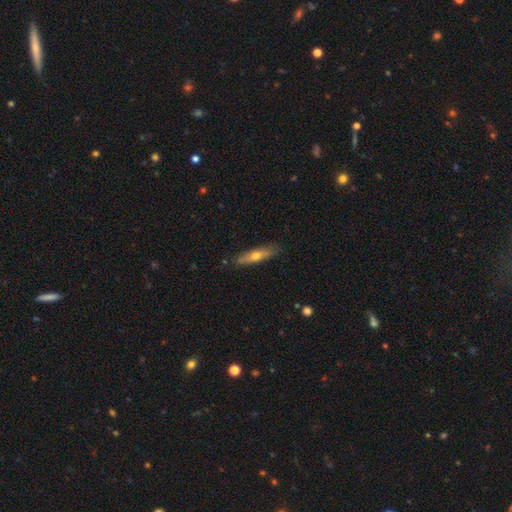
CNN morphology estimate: A smooth galaxy with no disk features (52%) that is cigar-shaped (75%).

Vote fractions:
- Smooth or featured? smooth: 52% / featured or disk: 42% / star or artifact: 6%
- How rounded? cigar-shaped: 75% / in between: 23% / round: 2%
- Merging? none: 83% / minor disturbance: 13% / major disturbance: 2% / merger: 1%